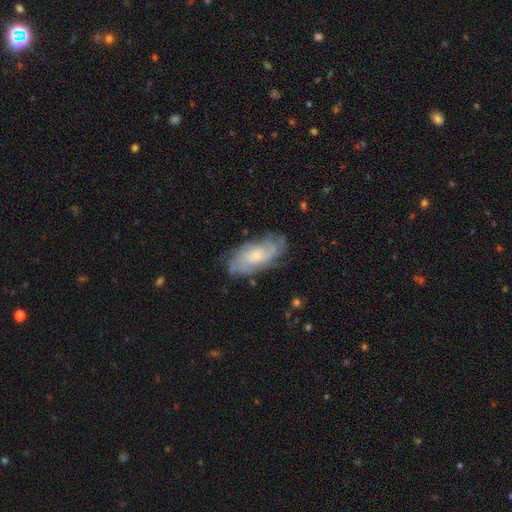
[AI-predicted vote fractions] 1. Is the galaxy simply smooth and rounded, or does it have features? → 70% featured or disk, 23% smooth, 7% star or artifact.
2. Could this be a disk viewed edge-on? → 93% no, 7% yes.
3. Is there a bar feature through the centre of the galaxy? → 76% no, 21% weak, 3% strong.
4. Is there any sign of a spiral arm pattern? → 90% yes, 10% no.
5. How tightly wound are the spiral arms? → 56% tight, 33% medium, 11% loose.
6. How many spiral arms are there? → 46% can't tell, 23% 2, 13% 3, 10% 4, 5% more than 4, 4% 1.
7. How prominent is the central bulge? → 67% small, 26% moderate, 3% none, 2% large, 1% dominant.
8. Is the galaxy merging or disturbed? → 73% none, 19% minor disturbance, 6% major disturbance, 2% merger.